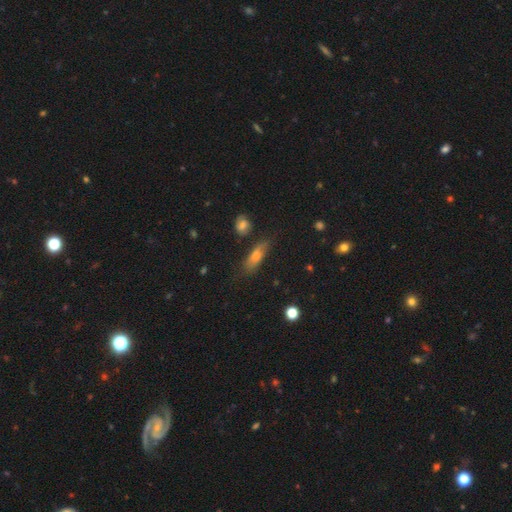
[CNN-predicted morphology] Smooth or featured? smooth (61%)
How rounded? in between (48%)
Merging? none (71%)